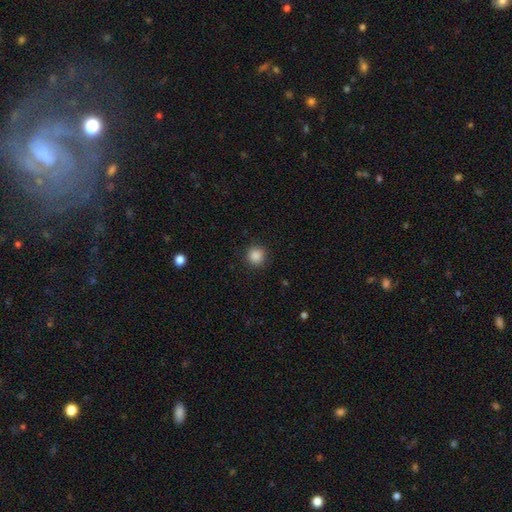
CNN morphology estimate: Smooth or featured? Predicted: smooth (p=0.87). How rounded? Predicted: round (p=0.93). Merging? Predicted: none (p=0.90).